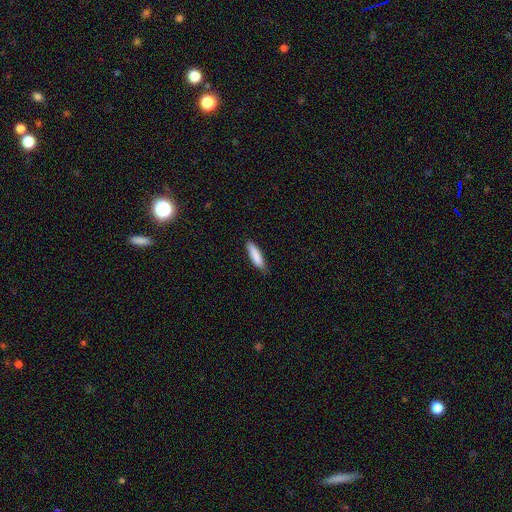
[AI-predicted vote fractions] smooth-or-featured: smooth: 87% | featured or disk: 7% | star or artifact: 6%
  how-rounded: cigar-shaped: 70% | in between: 29% | round: 1%
  merging: none: 81% | minor disturbance: 15% | major disturbance: 2% | merger: 1%